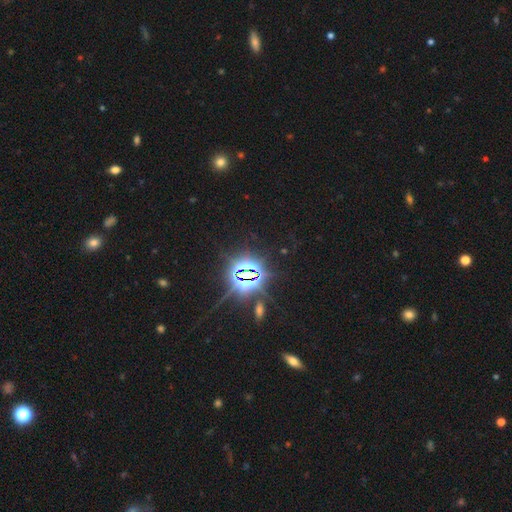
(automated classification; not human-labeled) star or artifact 84%, smooth 9%, featured or disk 7%.